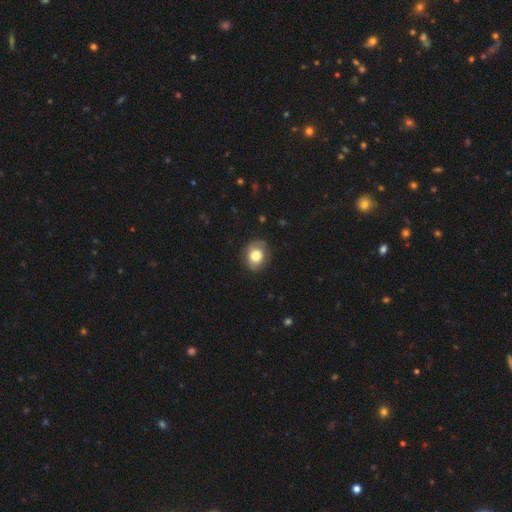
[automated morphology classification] A smooth galaxy with no disk features (72%) that is round (61%).

Vote fractions:
- Smooth or featured? smooth: 72% / featured or disk: 20% / star or artifact: 8%
- How rounded? round: 61% / in between: 38% / cigar-shaped: 1%
- Merging? none: 74% / minor disturbance: 19% / major disturbance: 6% / merger: 1%